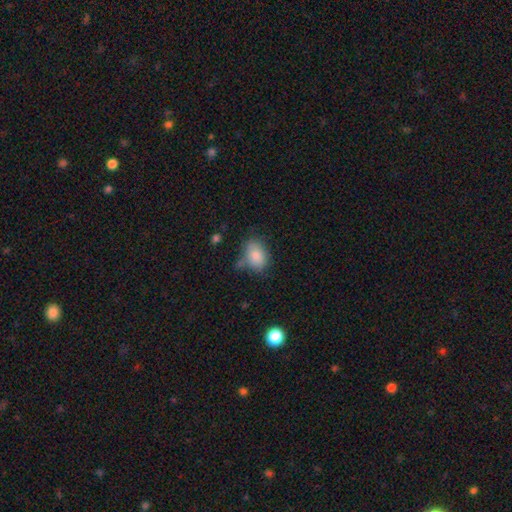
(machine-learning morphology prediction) smooth_or_featured: smooth (p=0.85) [alt: star or artifact p=0.08]
how_rounded: in between (p=0.78) [alt: round p=0.21]
merging: none (p=0.61) [alt: minor disturbance p=0.25]